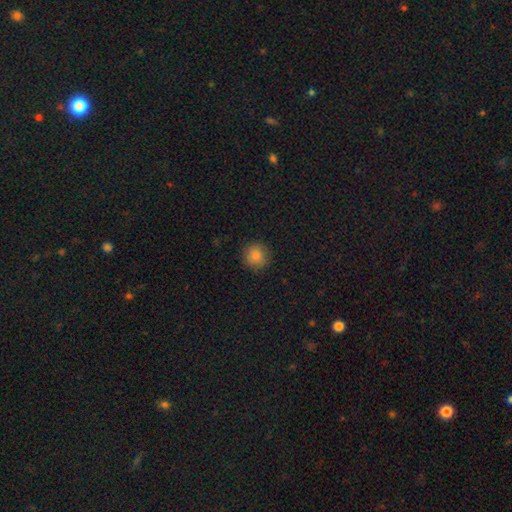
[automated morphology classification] A smooth galaxy with no disk features (85%) that is round (94%). Merging: none (90%).